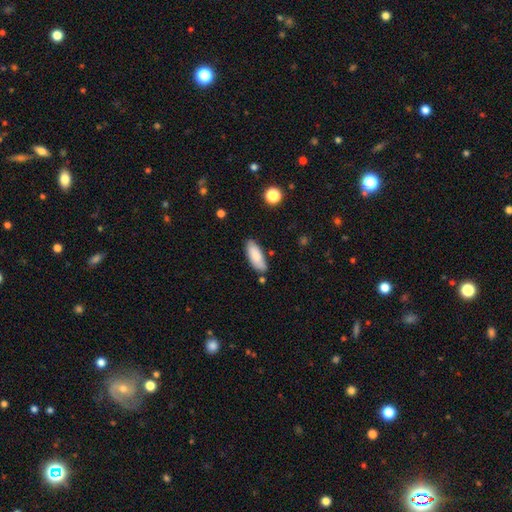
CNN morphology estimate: Smooth or featured: smooth — 84% (featured or disk — 10%)
How rounded: in between — 72% (cigar-shaped — 27%)
Merging: none — 80% (minor disturbance — 14%)